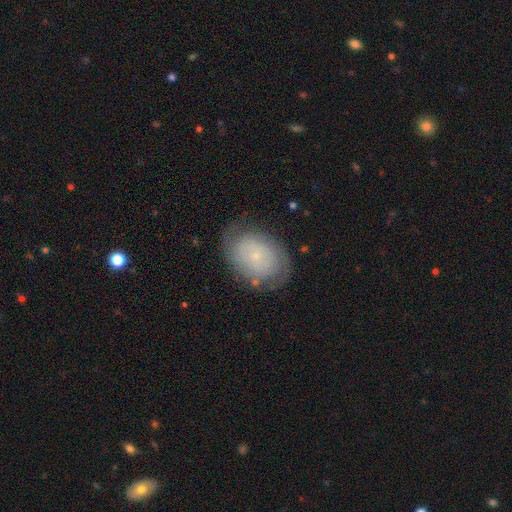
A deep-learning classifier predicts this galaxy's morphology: Smooth or featured? smooth (47%)
Merging? none (70%)